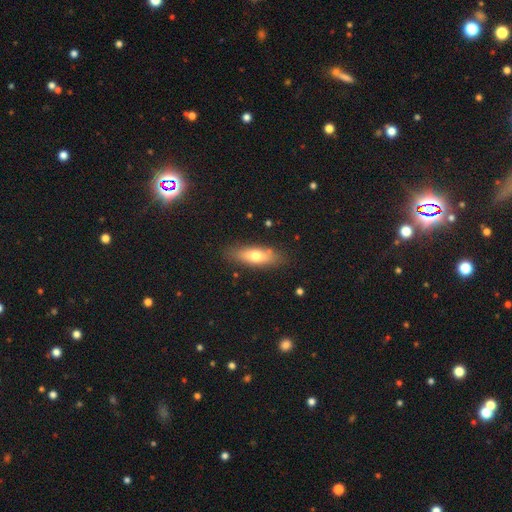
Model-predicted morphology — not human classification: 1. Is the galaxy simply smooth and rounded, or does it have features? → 65% smooth, 29% featured or disk, 7% star or artifact.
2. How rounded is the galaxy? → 60% in between, 37% cigar-shaped, 3% round.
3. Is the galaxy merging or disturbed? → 83% none, 12% minor disturbance, 3% major disturbance, 2% merger.